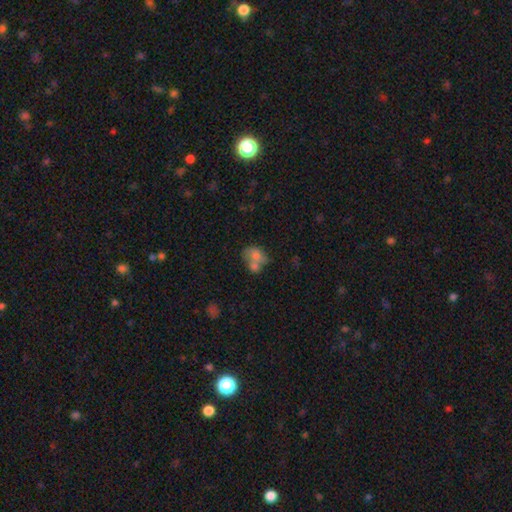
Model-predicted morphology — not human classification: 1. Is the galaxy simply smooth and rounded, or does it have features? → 68% smooth, 21% featured or disk, 11% star or artifact.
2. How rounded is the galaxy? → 61% in between, 37% round, 1% cigar-shaped.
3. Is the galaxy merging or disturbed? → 55% merger, 25% none, 12% minor disturbance, 8% major disturbance.